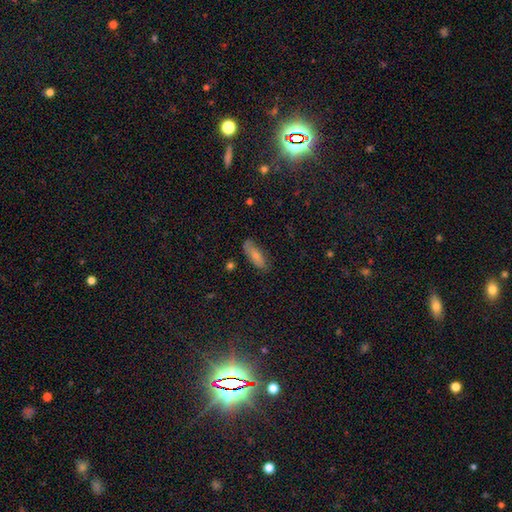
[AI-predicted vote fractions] Smooth or featured: smooth — 74% (featured or disk — 19%)
How rounded: in between — 73% (cigar-shaped — 25%)
Merging: none — 74% (minor disturbance — 20%)